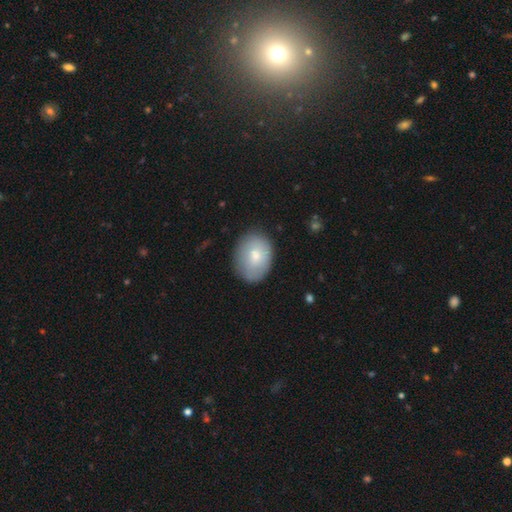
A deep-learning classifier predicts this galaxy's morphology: Smooth or featured? Predicted: smooth (p=0.75). How rounded? Predicted: in between (p=0.63). Merging? Predicted: none (p=0.80).